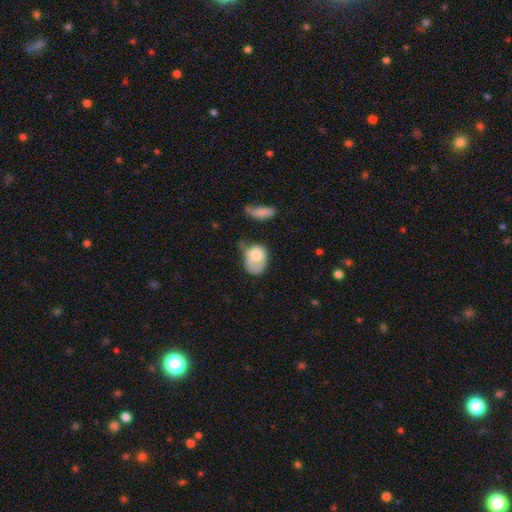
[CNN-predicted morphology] Q: Smooth or featured?
A: smooth (70%); runner-up: featured or disk (23%)
Q: How rounded?
A: in between (65%); runner-up: round (34%)
Q: Merging?
A: minor disturbance (32%); runner-up: major disturbance (31%)